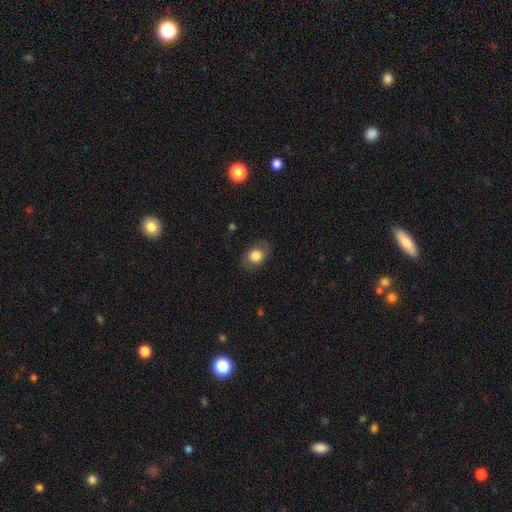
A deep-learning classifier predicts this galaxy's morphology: Smooth or featured? smooth (79%)
How rounded? in between (57%)
Merging? none (77%)